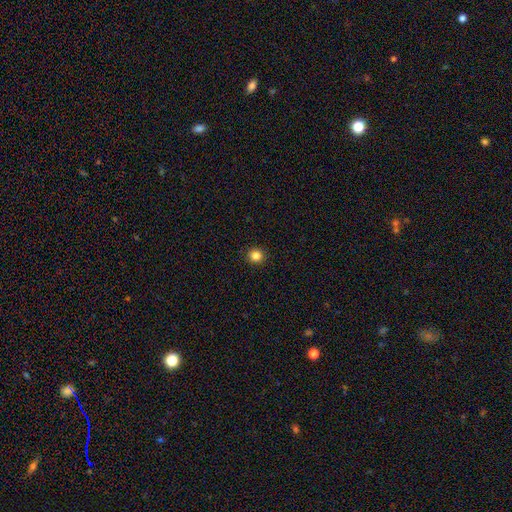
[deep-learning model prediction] A smooth galaxy with no disk features (84%) that is round (94%). Merging: none (93%).